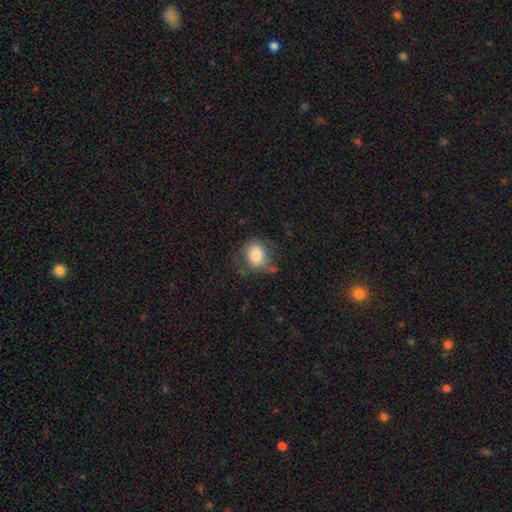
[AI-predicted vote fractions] smooth_or_featured: smooth (p=0.78) [alt: featured or disk p=0.14]
how_rounded: round (p=0.50) [alt: in between p=0.49]
merging: none (p=0.56) [alt: minor disturbance p=0.28]